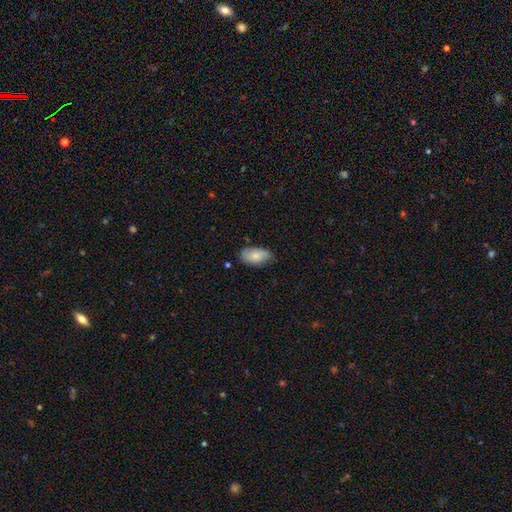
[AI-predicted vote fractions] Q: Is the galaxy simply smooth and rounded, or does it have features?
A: smooth — 78%.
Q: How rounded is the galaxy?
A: in between — 94%.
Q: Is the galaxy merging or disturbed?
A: none — 72%.